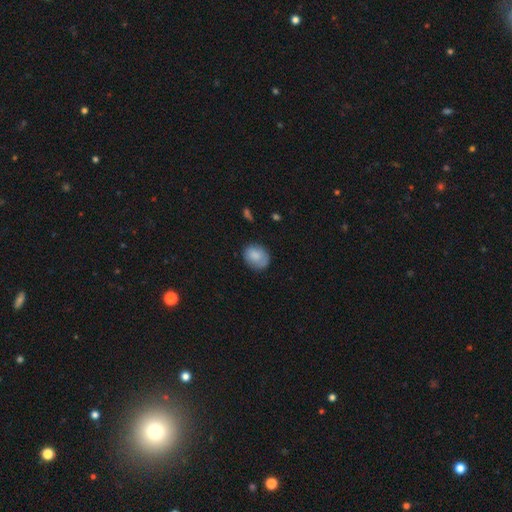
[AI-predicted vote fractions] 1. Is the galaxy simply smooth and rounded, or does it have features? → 82% smooth, 11% featured or disk, 7% star or artifact.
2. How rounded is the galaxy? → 51% round, 49% in between, 1% cigar-shaped.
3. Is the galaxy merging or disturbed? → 72% none, 21% minor disturbance, 5% major disturbance, 2% merger.